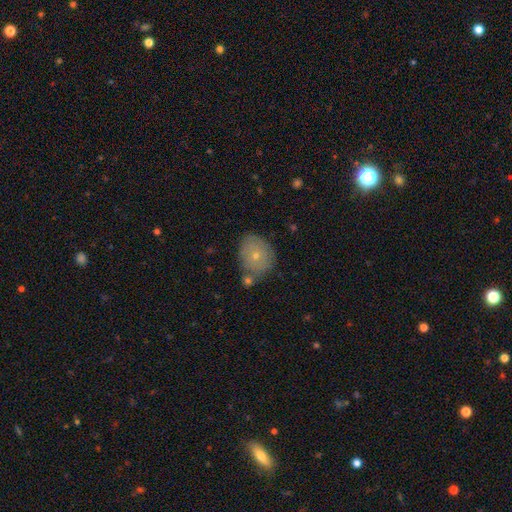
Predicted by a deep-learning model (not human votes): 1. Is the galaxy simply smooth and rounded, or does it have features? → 61% smooth, 29% featured or disk, 10% star or artifact.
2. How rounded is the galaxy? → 65% round, 33% in between, 1% cigar-shaped.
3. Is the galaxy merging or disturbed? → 65% none, 18% minor disturbance, 11% merger, 5% major disturbance.